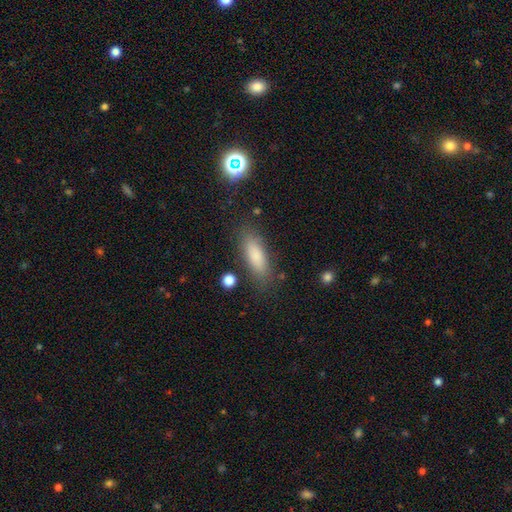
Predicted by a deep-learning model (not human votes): smooth-or-featured: smooth: 81% | featured or disk: 10% | star or artifact: 9%
  how-rounded: in between: 58% | cigar-shaped: 40% | round: 3%
  merging: none: 81% | minor disturbance: 12% | major disturbance: 4% | merger: 3%